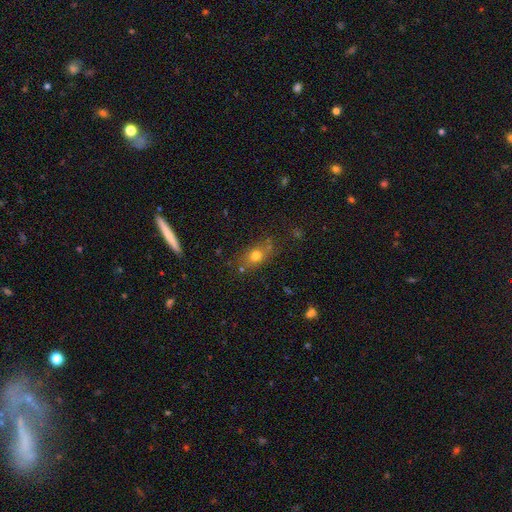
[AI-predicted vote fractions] Morphology: type=smooth (71%); roundness=in between (57%); merging=none (73%).